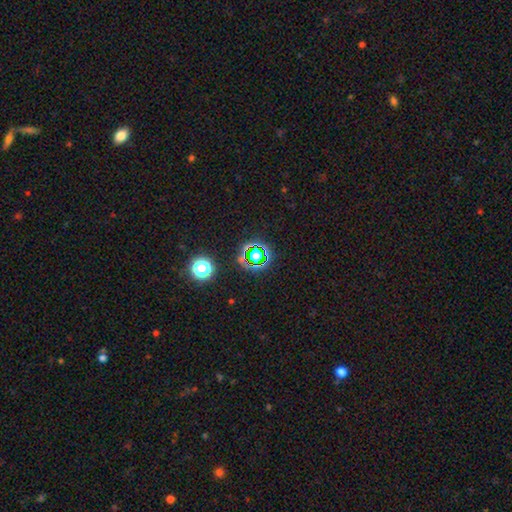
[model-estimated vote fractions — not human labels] Overall: star or artifact (64%; smooth 26%).